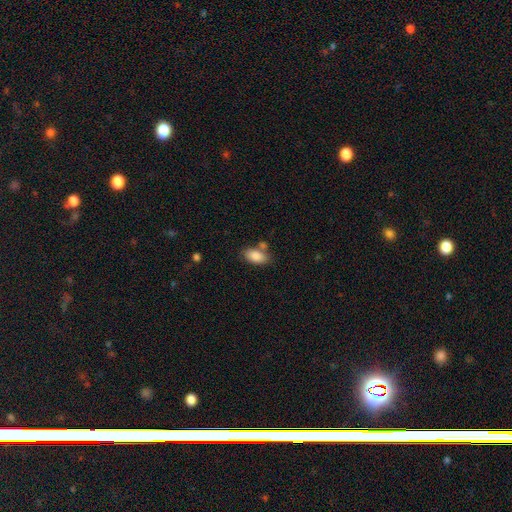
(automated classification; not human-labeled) This appears to be a smooth galaxy with no disk features (87%) that is in between round and cigar-shaped (92%). Merging: none (66%).